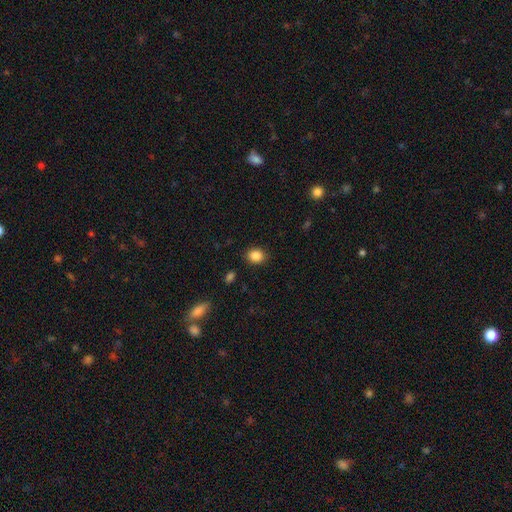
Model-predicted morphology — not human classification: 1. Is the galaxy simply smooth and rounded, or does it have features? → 86% smooth, 10% star or artifact, 4% featured or disk.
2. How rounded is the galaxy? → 60% round, 39% in between, 1% cigar-shaped.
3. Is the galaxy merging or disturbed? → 88% none, 8% minor disturbance, 3% major disturbance, 1% merger.